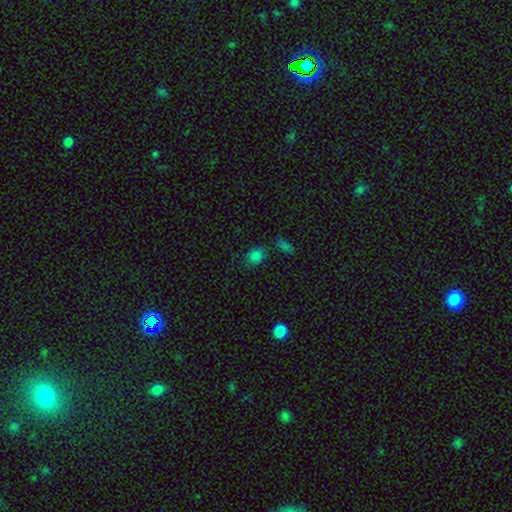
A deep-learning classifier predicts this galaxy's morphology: This appears to be a smooth galaxy with no disk features (81%) that is in between round and cigar-shaped (49%, tied with round). Merging: none (72%).